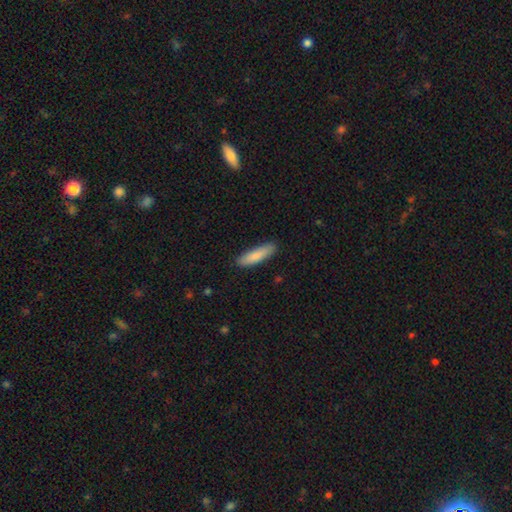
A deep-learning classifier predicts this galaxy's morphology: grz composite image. It shows a smooth galaxy with no disk features (85%) that is cigar-shaped (69%). Merging: none (87%).